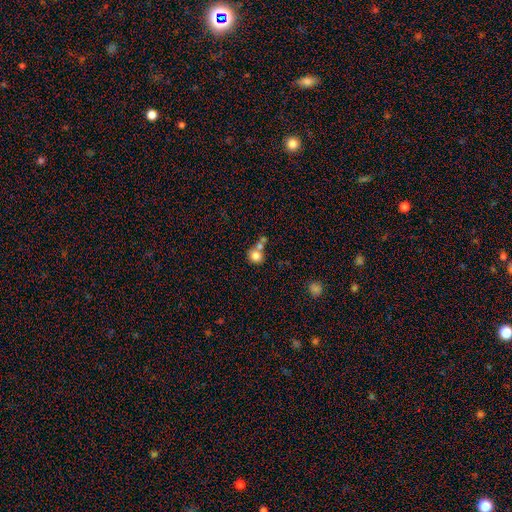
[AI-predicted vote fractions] This appears to be a smooth galaxy with no disk features (80%) that is round (85%). Merging: none (49%).